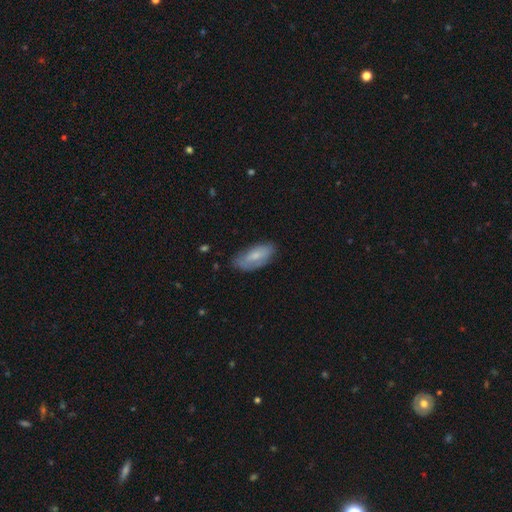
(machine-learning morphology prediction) This appears to be a smooth galaxy with no disk features (68%) that is in between round and cigar-shaped (85%). Merging: none (67%).